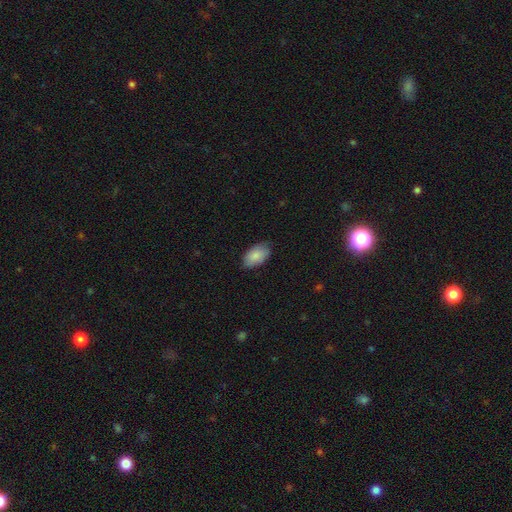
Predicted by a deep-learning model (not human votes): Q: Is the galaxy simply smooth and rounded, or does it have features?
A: smooth — 86%.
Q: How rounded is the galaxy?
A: in between — 94%.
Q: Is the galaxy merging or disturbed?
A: none — 79%.